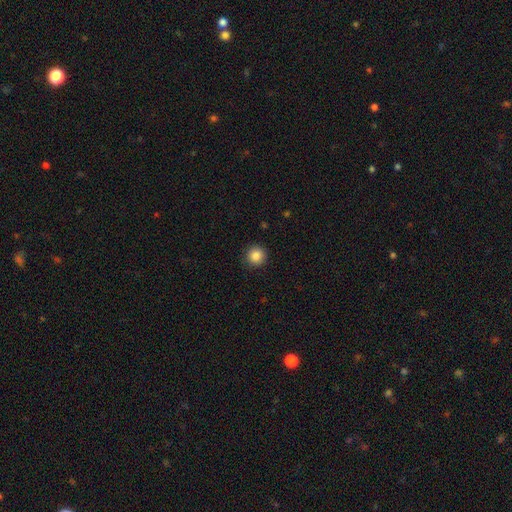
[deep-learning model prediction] This appears to be a smooth galaxy with no disk features (86%) that is round (94%). Merging: none (91%).